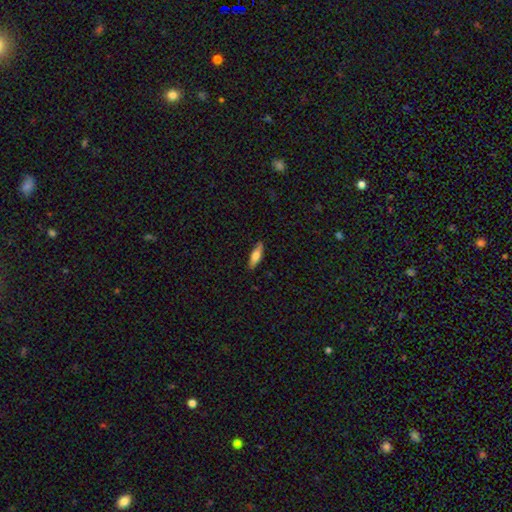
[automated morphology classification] smooth-or-featured: smooth: 63% | featured or disk: 31% | star or artifact: 6%
  how-rounded: cigar-shaped: 58% | in between: 40% | round: 2%
  merging: none: 87% | minor disturbance: 10% | major disturbance: 2% | merger: 1%